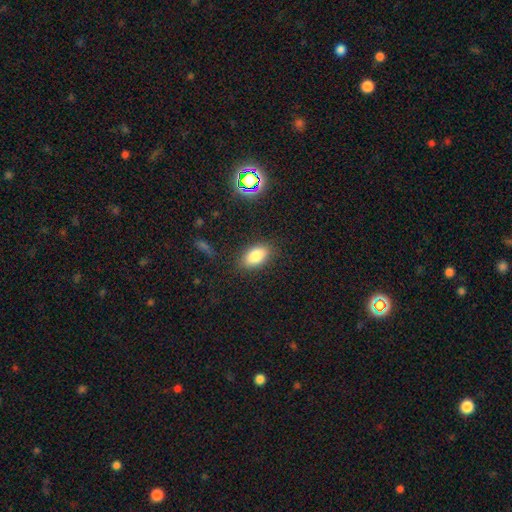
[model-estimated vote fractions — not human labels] smooth 82%, star or artifact 10%, featured or disk 8%. Down the decision tree: how rounded — in between (90%); merging — none (84%).